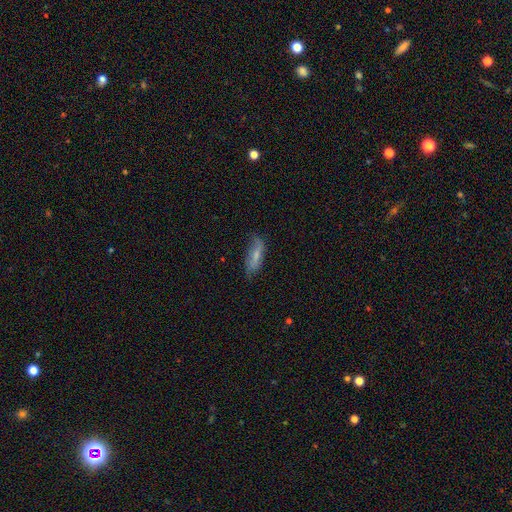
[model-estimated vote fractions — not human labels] Q: Smooth or featured?
A: smooth (53%); runner-up: featured or disk (39%)
Q: How rounded?
A: in between (59%); runner-up: cigar-shaped (38%)
Q: Merging?
A: none (60%); runner-up: minor disturbance (29%)